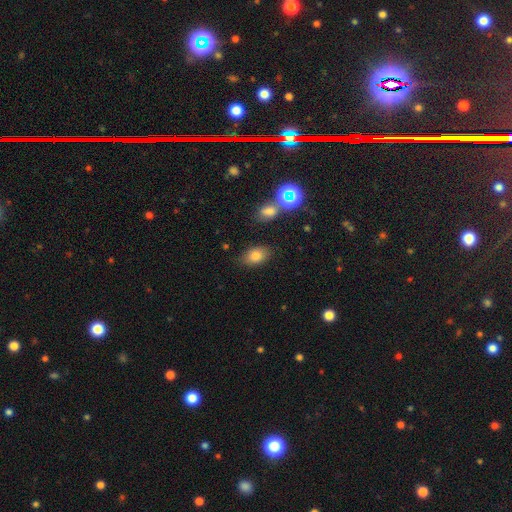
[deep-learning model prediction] smooth_or_featured: smooth (p=0.78) [alt: star or artifact p=0.12]
how_rounded: in between (p=0.84) [alt: round p=0.15]
merging: none (p=0.79) [alt: minor disturbance p=0.13]